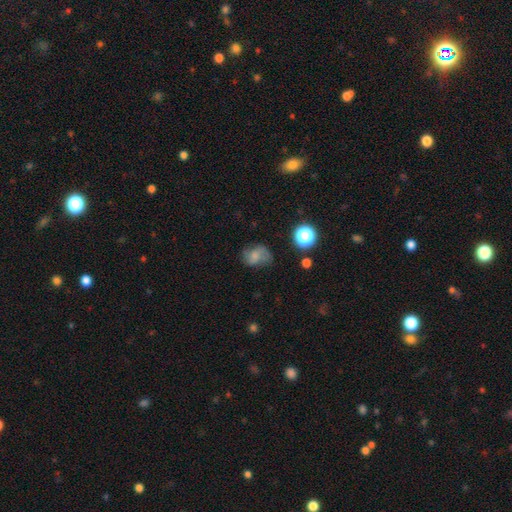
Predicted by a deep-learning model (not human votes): This is possibly a smooth galaxy (55%). How rounded: possibly in between (55%). Merging: possibly none (48%).